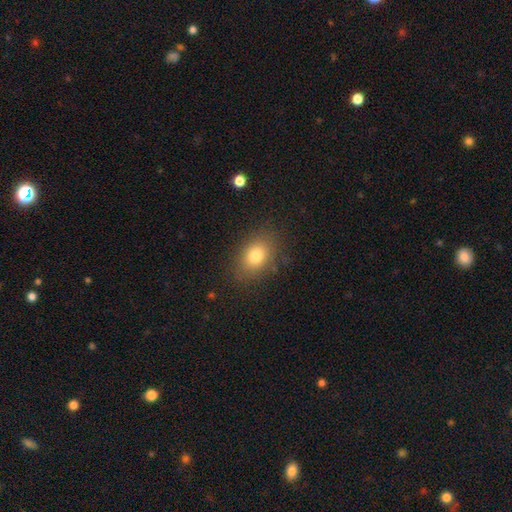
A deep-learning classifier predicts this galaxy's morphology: Q: Smooth or featured?
A: smooth (79%); runner-up: featured or disk (11%)
Q: How rounded?
A: in between (77%); runner-up: round (21%)
Q: Merging?
A: none (83%); runner-up: minor disturbance (12%)